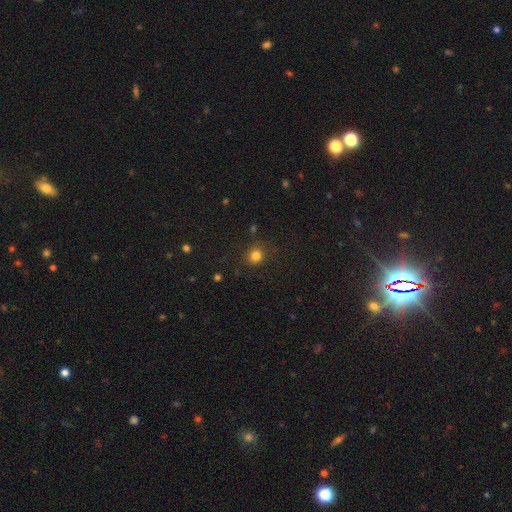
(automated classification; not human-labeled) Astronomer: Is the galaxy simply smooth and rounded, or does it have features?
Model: smooth — 81%.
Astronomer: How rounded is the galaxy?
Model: round — 87%.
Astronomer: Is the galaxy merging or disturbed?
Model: none — 83%.